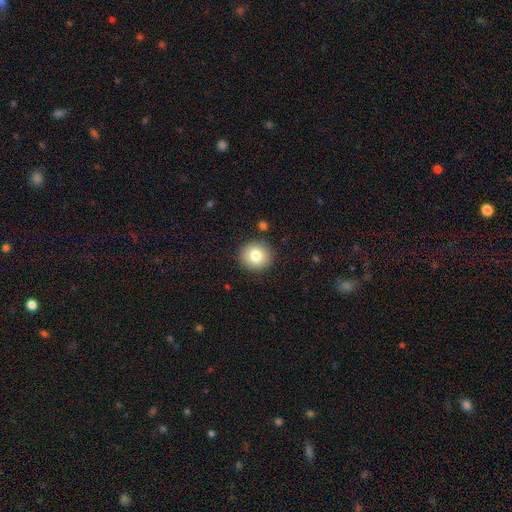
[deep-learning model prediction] This is likely a smooth galaxy (80%). How rounded: clearly round (91%). Merging: clearly none (90%).